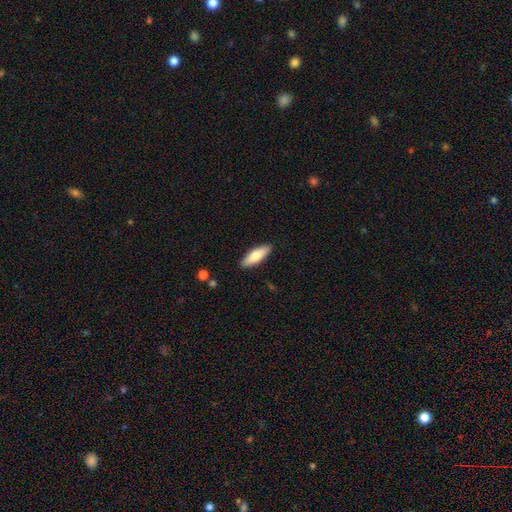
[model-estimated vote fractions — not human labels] This appears to be a smooth galaxy with no disk features (73%) that is in between round and cigar-shaped (54%). Merging: none (89%).